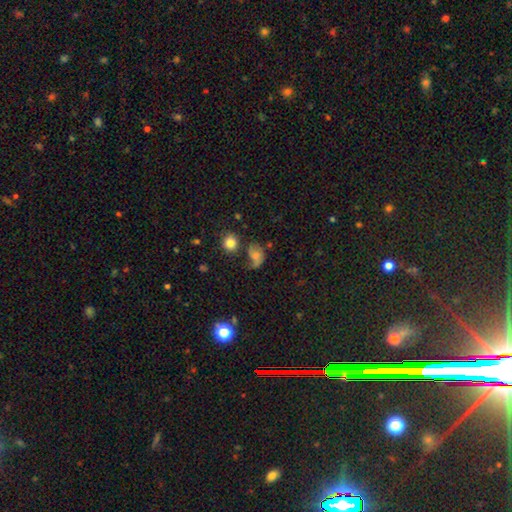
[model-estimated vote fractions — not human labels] smooth_or_featured: smooth (p=0.45) [alt: featured or disk p=0.40]
merging: none (p=0.39) [alt: major disturbance p=0.26]